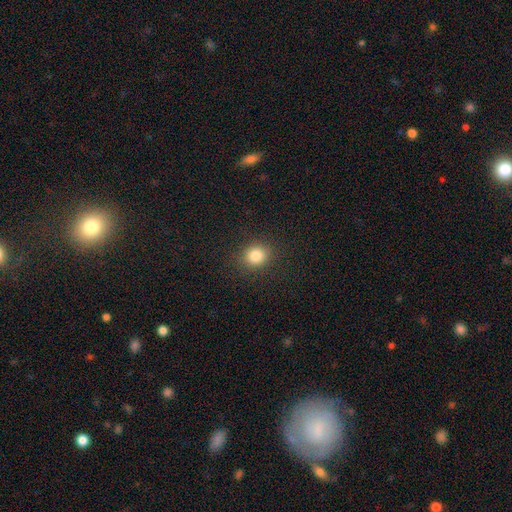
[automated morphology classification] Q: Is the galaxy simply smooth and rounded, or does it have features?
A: smooth — 83%.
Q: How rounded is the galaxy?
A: round — 76%.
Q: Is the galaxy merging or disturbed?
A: none — 89%.